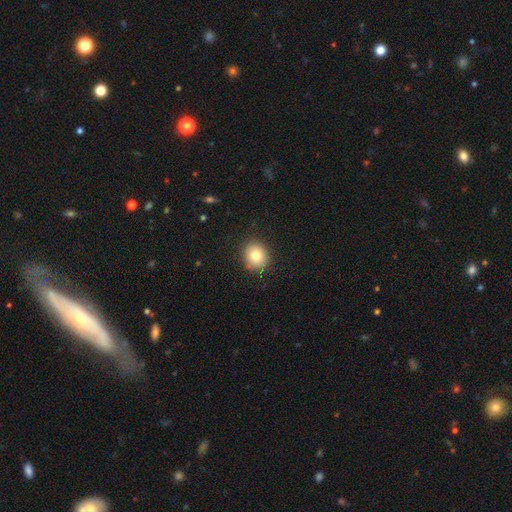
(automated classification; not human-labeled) This appears to be a smooth galaxy with no disk features (81%) that is round (81%). Merging: none (87%).